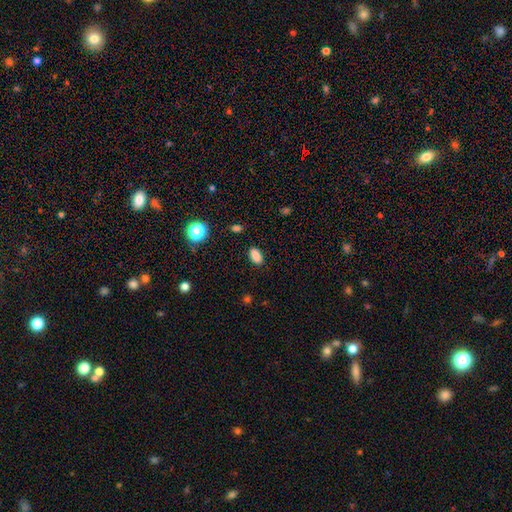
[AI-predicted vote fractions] Morphology: type=smooth (85%); roundness=in between (90%); merging=none (87%).